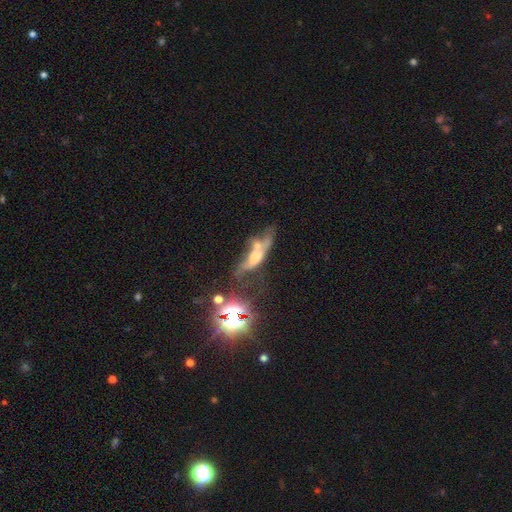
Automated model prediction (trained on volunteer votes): A featured or disk galaxy (46%).

Vote fractions:
- Smooth or featured? featured or disk: 46% / smooth: 37% / star or artifact: 17%
- Merging? merger: 45% / major disturbance: 26% / none: 17% / minor disturbance: 13%